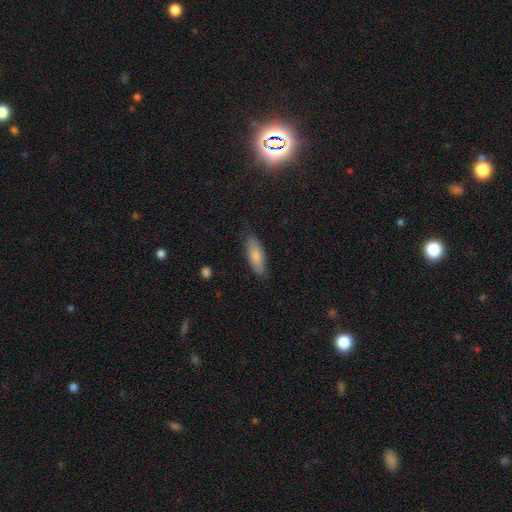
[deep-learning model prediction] Smooth or featured: smooth — 81% (featured or disk — 13%)
How rounded: in between — 62% (cigar-shaped — 36%)
Merging: none — 81% (minor disturbance — 15%)